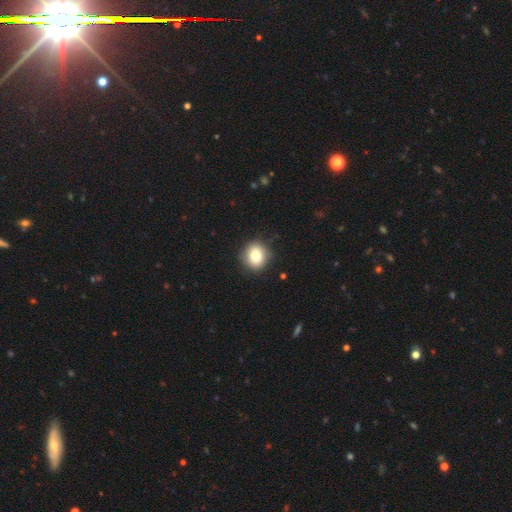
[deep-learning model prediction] Smooth or featured? Predicted: smooth (p=0.82). How rounded? Predicted: round (p=0.79). Merging? Predicted: none (p=0.87).